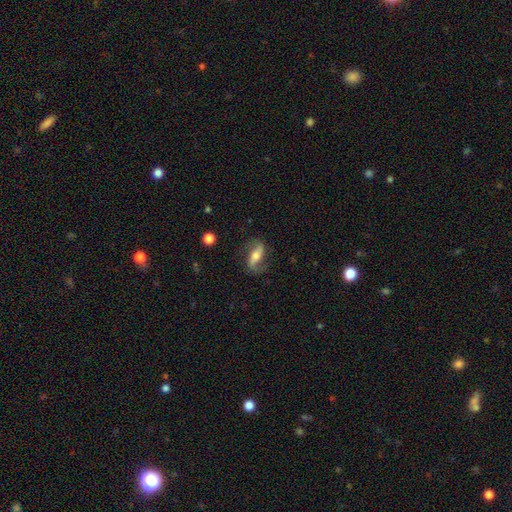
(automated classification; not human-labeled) Morphology: type=featured or disk (68%); edge-on=no (85%); bar=strong (48%); spiral arms=yes (88%); winding=loose (60%); arm count=2 (89%); bulge=moderate (59%); merging=none (74%).